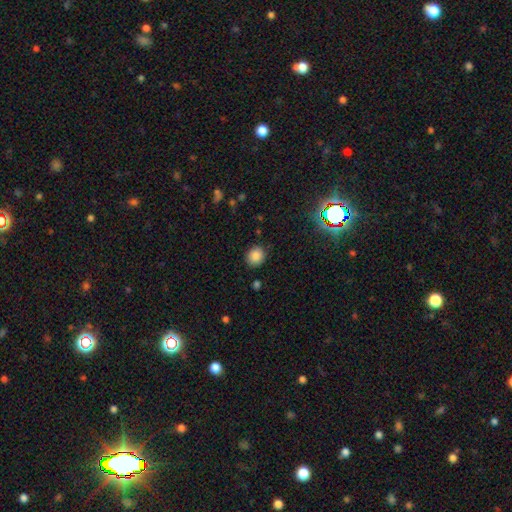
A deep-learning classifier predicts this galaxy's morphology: Smooth or featured?
  - smooth: 85% *
  - star or artifact: 11%
  - featured or disk: 4%
How rounded?
  - round: 79% *
  - in between: 20%
  - cigar-shaped: 1%
Merging?
  - none: 87% *
  - minor disturbance: 9%
  - major disturbance: 2%
  - merger: 2%